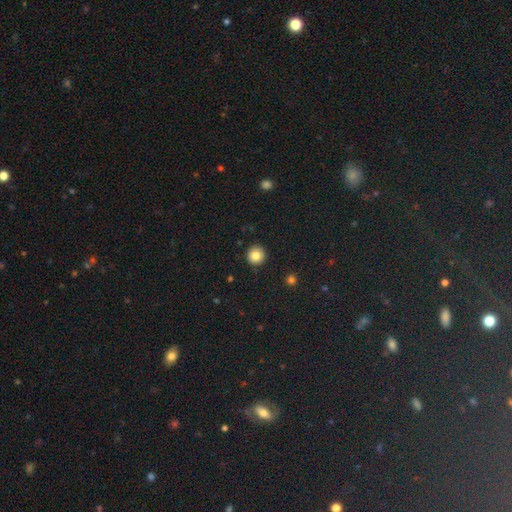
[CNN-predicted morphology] This is clearly a smooth galaxy (83%). How rounded: clearly round (95%). Merging: clearly none (92%).